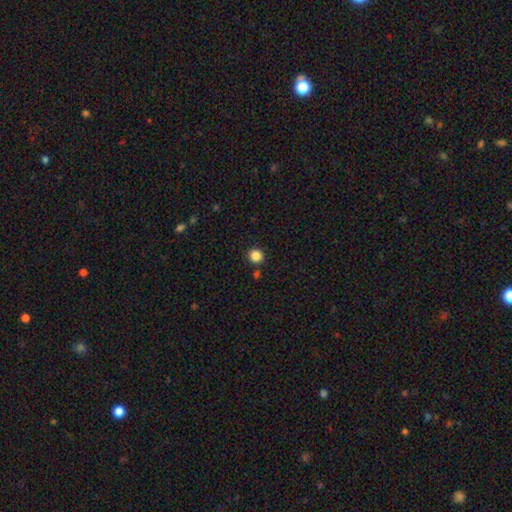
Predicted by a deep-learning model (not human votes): smooth 86%, star or artifact 11%, featured or disk 3%. Down the decision tree: how rounded — round (92%); merging — none (88%).